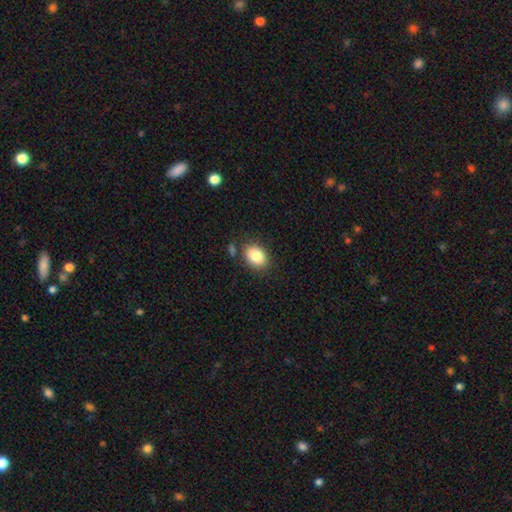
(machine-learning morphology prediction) type=smooth (85%); roundness=in between (75%); merging=none (79%).